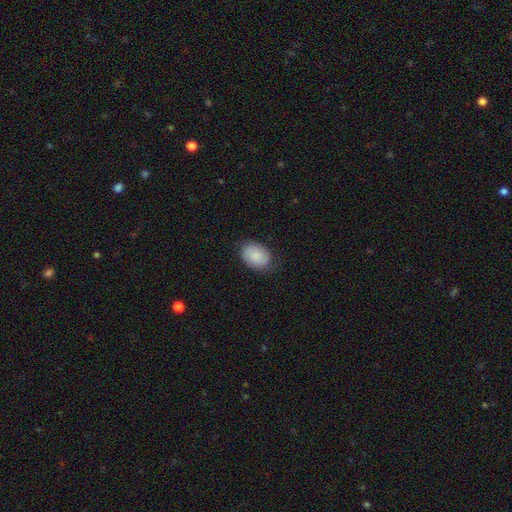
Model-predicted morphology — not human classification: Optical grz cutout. It shows a smooth galaxy with no disk features (82%) that is in between round and cigar-shaped (76%). Merging: none (76%).